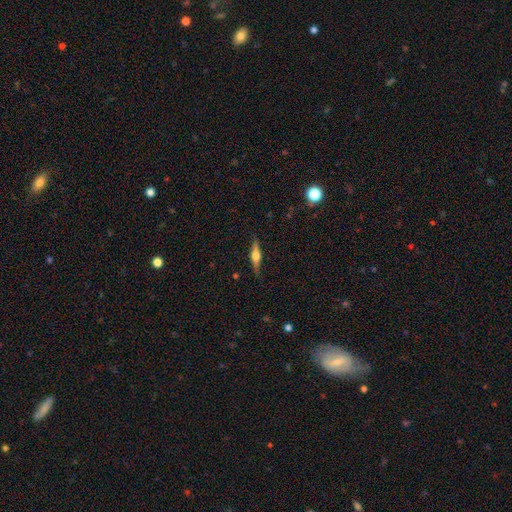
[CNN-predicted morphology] Overall: featured or disk (68%). Edge-on disk: yes (96%). Edge-on bulge: rounded (92%). Merging: none (82%).